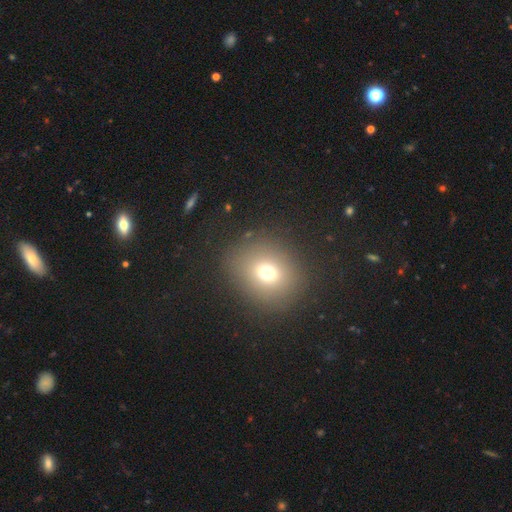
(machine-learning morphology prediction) A smooth galaxy with no disk features (67%) that is round (75%). Merging: none (89%).